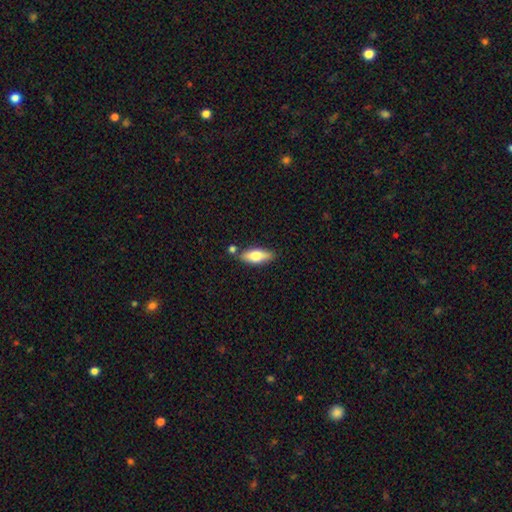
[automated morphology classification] smooth-or-featured: smooth: 67% | featured or disk: 27% | star or artifact: 6%
  how-rounded: in between: 70% | cigar-shaped: 27% | round: 3%
  merging: none: 76% | minor disturbance: 13% | merger: 8% | major disturbance: 3%